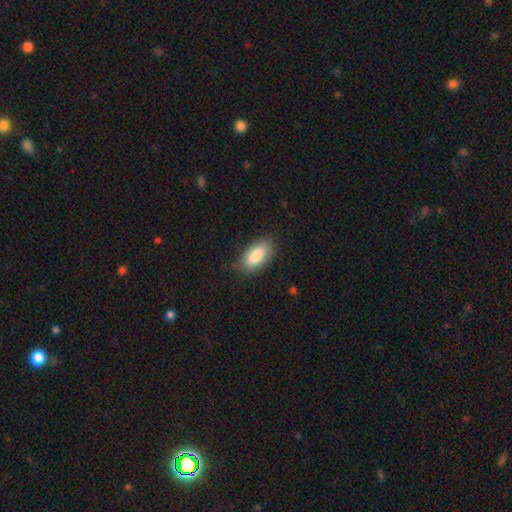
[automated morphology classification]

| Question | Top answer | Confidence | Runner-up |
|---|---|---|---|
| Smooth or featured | smooth | 87% | featured or disk (7%) |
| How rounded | in between | 91% | cigar-shaped (7%) |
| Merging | none | 81% | minor disturbance (14%) |